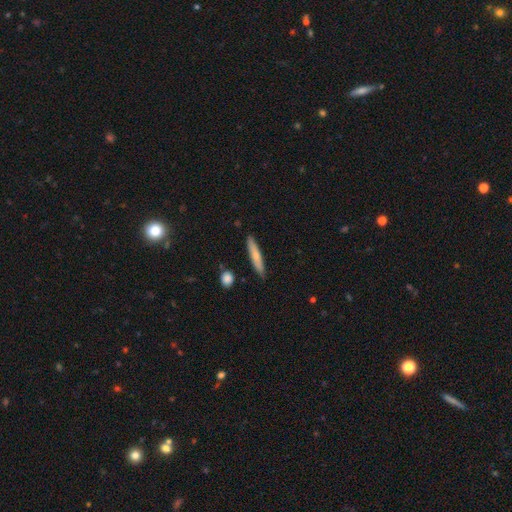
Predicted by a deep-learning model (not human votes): The model was most divided on "smooth or featured": smooth: 67%, featured or disk: 27%, star or artifact: 6%. More confident: how rounded — cigar-shaped (88%); merging — none (86%).